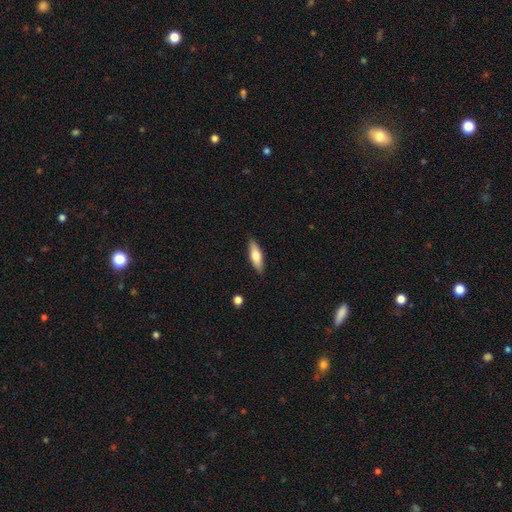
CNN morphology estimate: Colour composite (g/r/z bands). It shows a smooth galaxy with no disk features (61%) that is cigar-shaped (49%). Merging: none (88%).